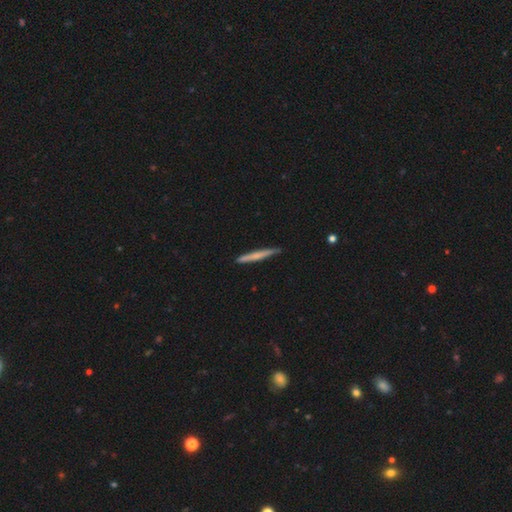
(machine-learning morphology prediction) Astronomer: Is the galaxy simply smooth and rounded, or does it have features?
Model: smooth — 58% (runner-up: featured or disk, 37%).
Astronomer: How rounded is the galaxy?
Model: cigar-shaped — 96%.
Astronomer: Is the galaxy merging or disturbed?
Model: none — 86%.